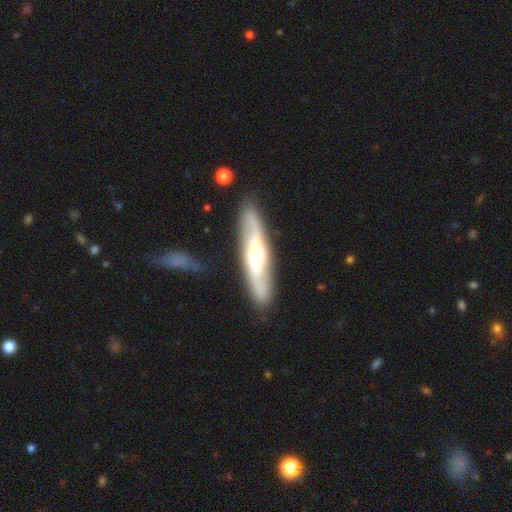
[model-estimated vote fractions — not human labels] Smooth or featured?
  - featured or disk: 74% *
  - smooth: 21%
  - star or artifact: 5%
Edge-on disk?
  - yes: 50% * (tied)
  - no: 50% * (tied)
Merging?
  - none: 82% *
  - minor disturbance: 12%
  - major disturbance: 3%
  - merger: 3%